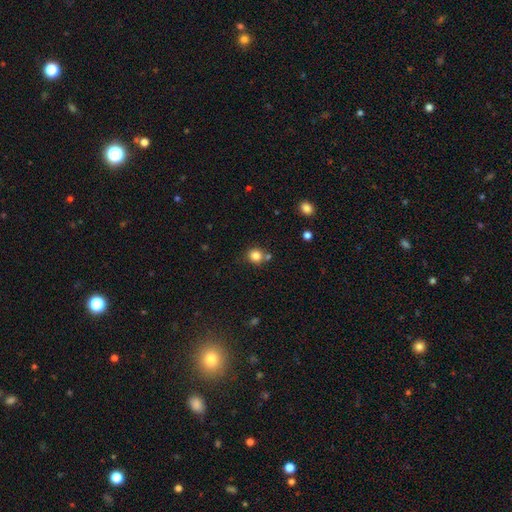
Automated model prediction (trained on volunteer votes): A smooth galaxy with no disk features (83%) that is round (88%).

Vote fractions:
- Smooth or featured? smooth: 83% / star or artifact: 12% / featured or disk: 5%
- How rounded? round: 88% / in between: 11% / cigar-shaped: 1%
- Merging? none: 72% / merger: 14% / minor disturbance: 11% / major disturbance: 3%